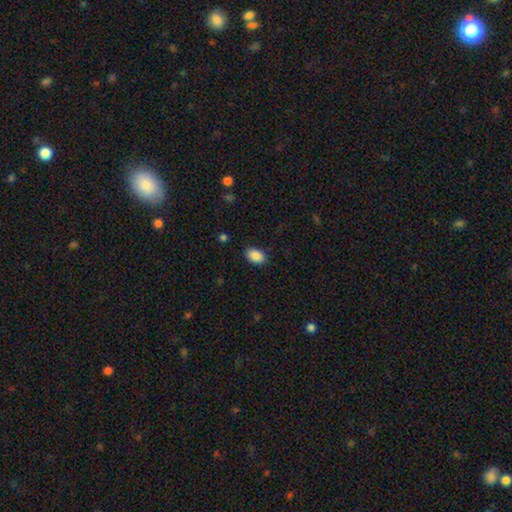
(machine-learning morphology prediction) A smooth galaxy with no disk features (89%) that is in between round and cigar-shaped (88%). Merging: none (87%).